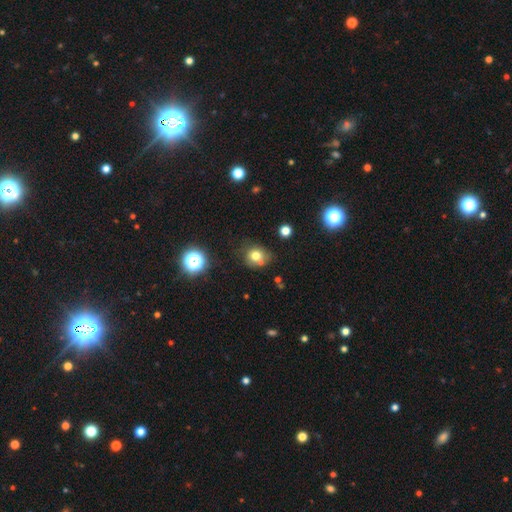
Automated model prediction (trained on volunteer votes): Smooth or featured?
  - smooth: 73% *
  - star or artifact: 16%
  - featured or disk: 11%
How rounded?
  - round: 77% *
  - in between: 22%
  - cigar-shaped: 1%
Merging?
  - none: 63% *
  - minor disturbance: 17%
  - merger: 14%
  - major disturbance: 5%